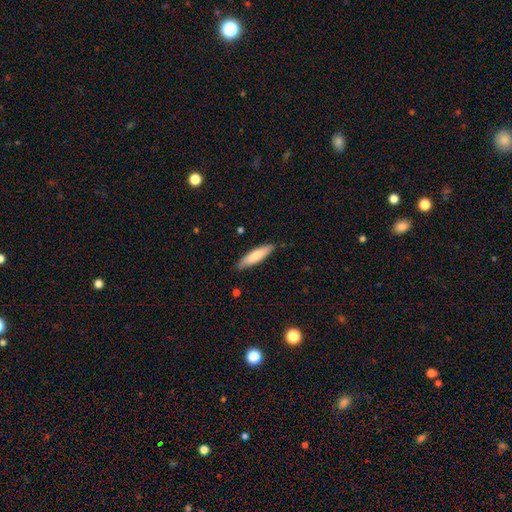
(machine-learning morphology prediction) A smooth galaxy with no disk features (78%) that is cigar-shaped (71%).

Vote fractions:
- Smooth or featured? smooth: 78% / featured or disk: 16% / star or artifact: 5%
- How rounded? cigar-shaped: 71% / in between: 28% / round: 1%
- Merging? none: 83% / minor disturbance: 13% / major disturbance: 2% / merger: 1%